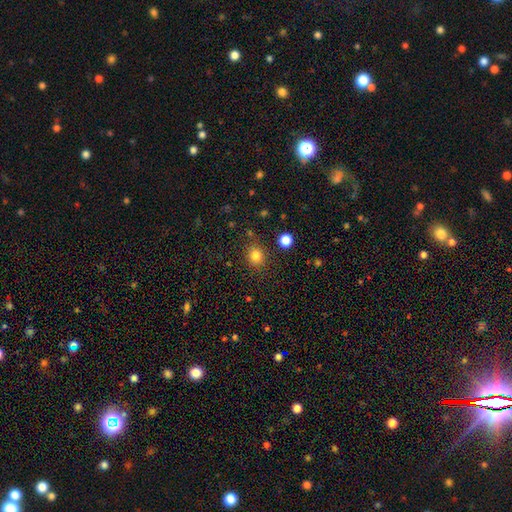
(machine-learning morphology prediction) smooth-or-featured: smooth: 82% | star or artifact: 13% | featured or disk: 5%
  how-rounded: round: 79% | in between: 20% | cigar-shaped: 1%
  merging: none: 84% | minor disturbance: 9% | merger: 4% | major disturbance: 3%